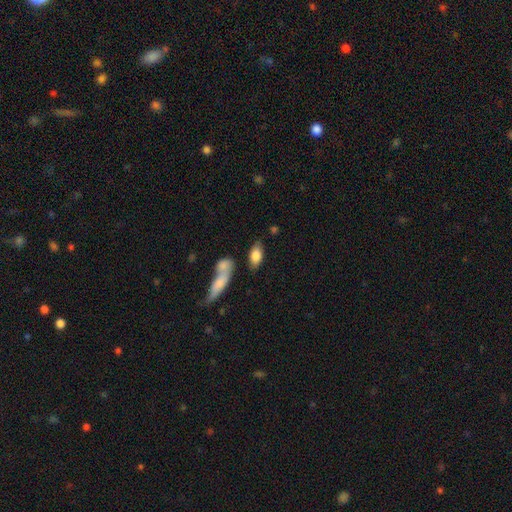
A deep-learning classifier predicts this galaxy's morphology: Smooth or featured? smooth (80%)
How rounded? in between (88%)
Merging? none (66%)